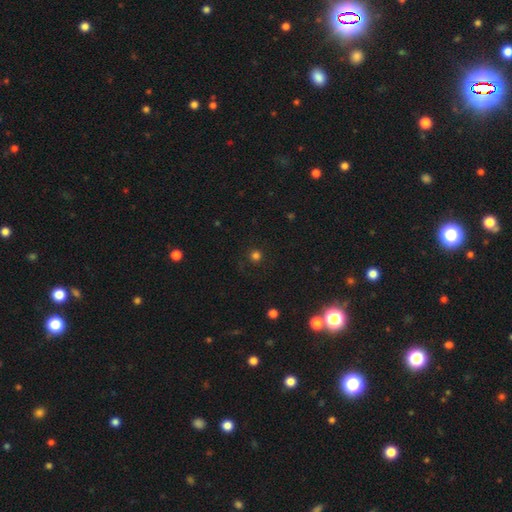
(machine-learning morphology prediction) This appears to be a smooth galaxy with no disk features (77%) that is round (95%). Merging: none (88%).